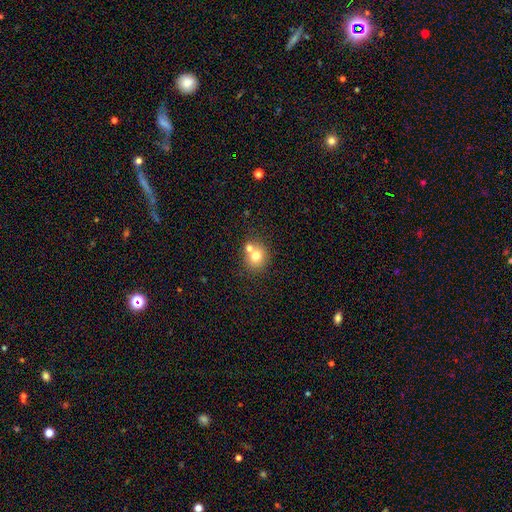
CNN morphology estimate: Smooth or featured? Predicted: smooth (p=0.72). How rounded? Predicted: round (p=0.76). Merging? Predicted: none (p=0.49).